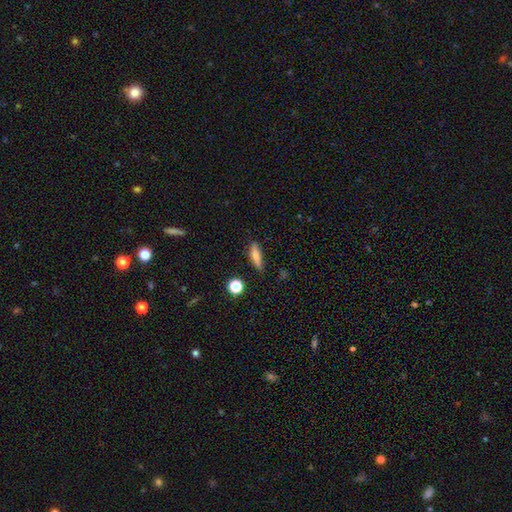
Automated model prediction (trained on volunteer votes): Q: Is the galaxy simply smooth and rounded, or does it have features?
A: smooth — 72%.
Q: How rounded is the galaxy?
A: cigar-shaped — 67%.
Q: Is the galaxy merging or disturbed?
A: none — 81%.